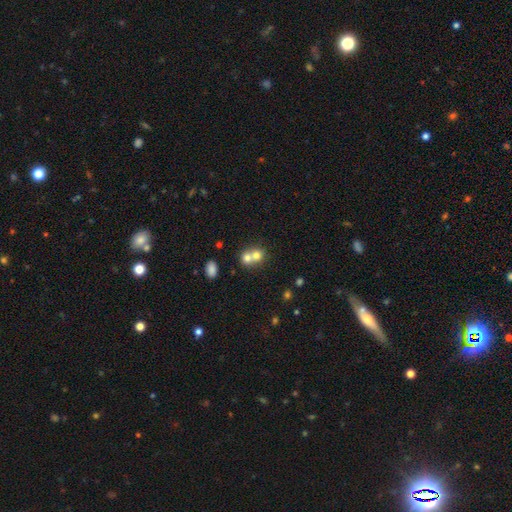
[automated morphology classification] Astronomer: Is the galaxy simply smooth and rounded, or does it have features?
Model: smooth — 72%.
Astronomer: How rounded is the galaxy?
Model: round — 75%.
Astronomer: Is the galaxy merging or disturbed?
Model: merger — 67%.